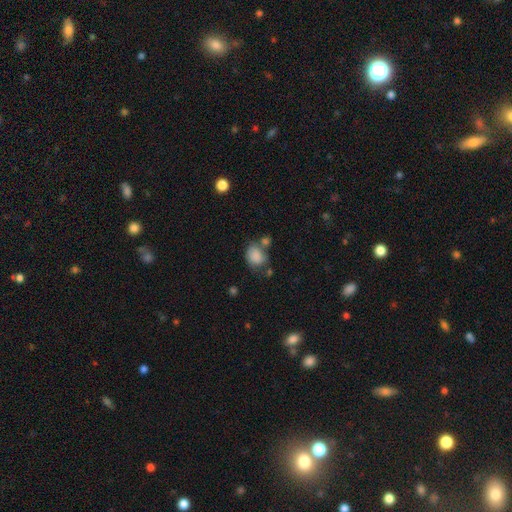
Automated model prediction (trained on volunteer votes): A smooth galaxy with no disk features (82%) that is in between round and cigar-shaped (57%).

Vote fractions:
- Smooth or featured? smooth: 82% / featured or disk: 9% / star or artifact: 9%
- How rounded? in between: 57% / round: 42% / cigar-shaped: 1%
- Merging? none: 43% / minor disturbance: 23% / merger: 23% / major disturbance: 11%